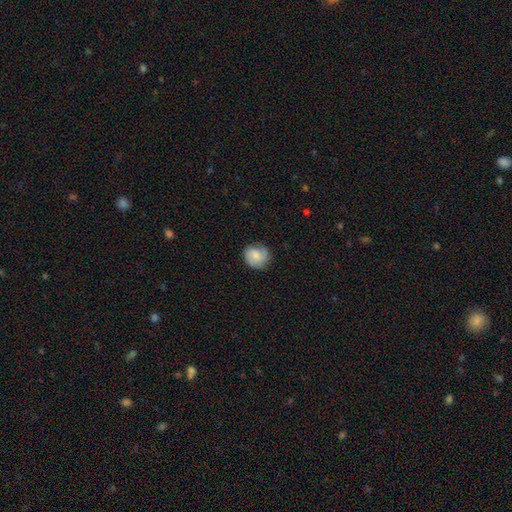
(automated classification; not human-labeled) Morphology: type=smooth (61%); roundness=round (82%); merging=none (75%).